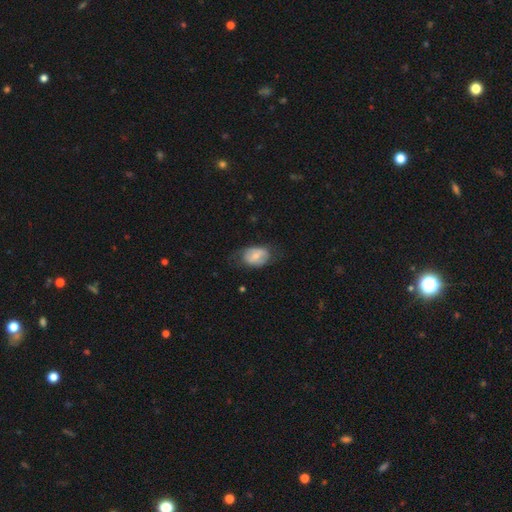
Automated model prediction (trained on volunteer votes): Morphology: type=smooth (54%); roundness=in between (82%); merging=none (58%).